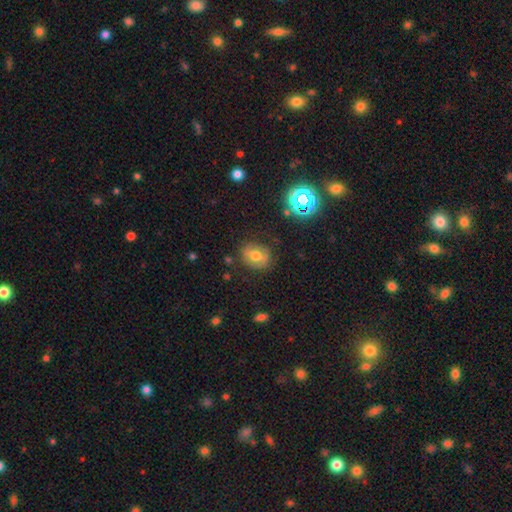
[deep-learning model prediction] A smooth galaxy with no disk features (55%) that is round (58%). Merging: none (77%).